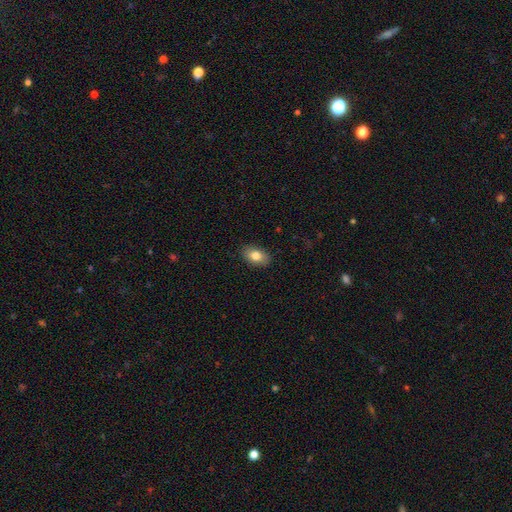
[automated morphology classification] smooth-or-featured: smooth: 81% | featured or disk: 11% | star or artifact: 8%
  how-rounded: in between: 87% | round: 11% | cigar-shaped: 2%
  merging: none: 88% | minor disturbance: 9% | major disturbance: 2% | merger: 1%